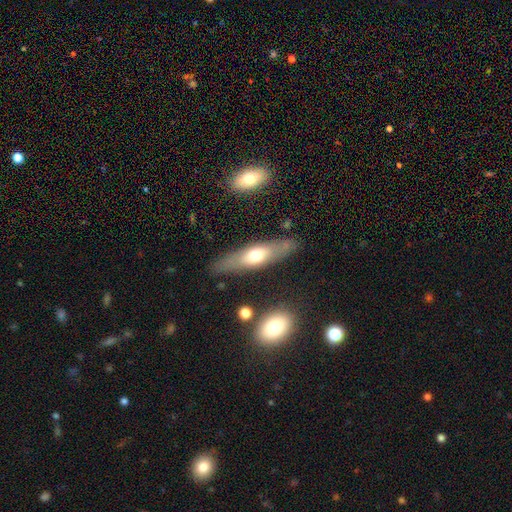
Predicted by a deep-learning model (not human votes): Q: Smooth or featured?
A: smooth (49%); runner-up: featured or disk (45%)
Q: Merging?
A: none (80%); runner-up: minor disturbance (13%)